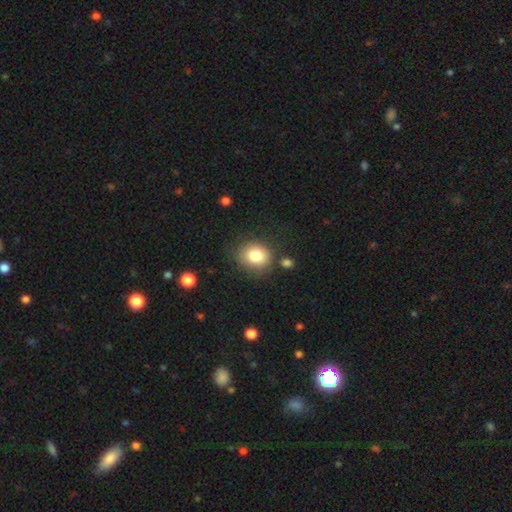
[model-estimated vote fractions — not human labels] This is clearly a smooth galaxy (82%). How rounded: likely round (66%). Merging: likely none (76%).